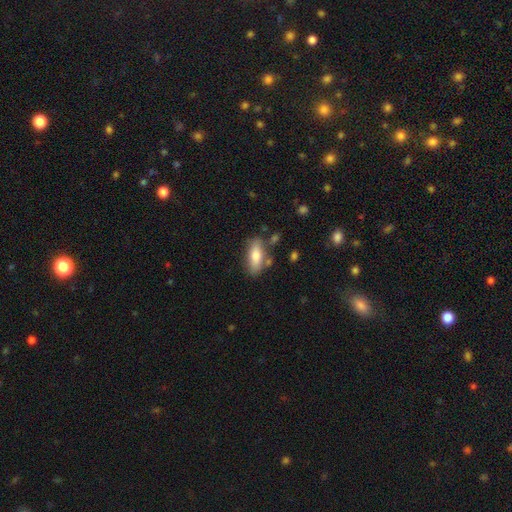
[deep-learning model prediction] This is likely a smooth galaxy (74%). How rounded: likely in between (75%). Merging: likely none (74%).